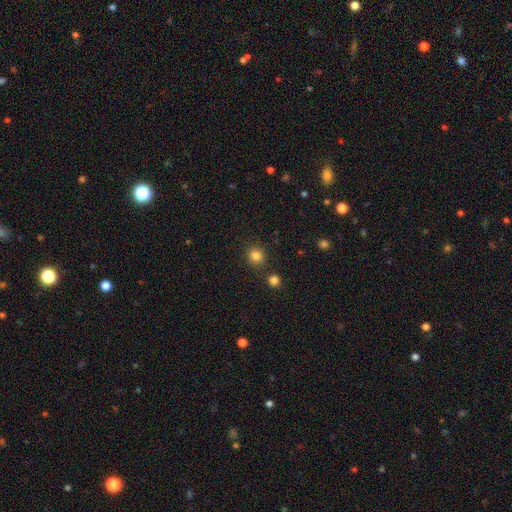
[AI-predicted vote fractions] The model was most divided on "smooth or featured": smooth: 83%, star or artifact: 13%, featured or disk: 5%. More confident: how rounded — round (86%); merging — none (84%).